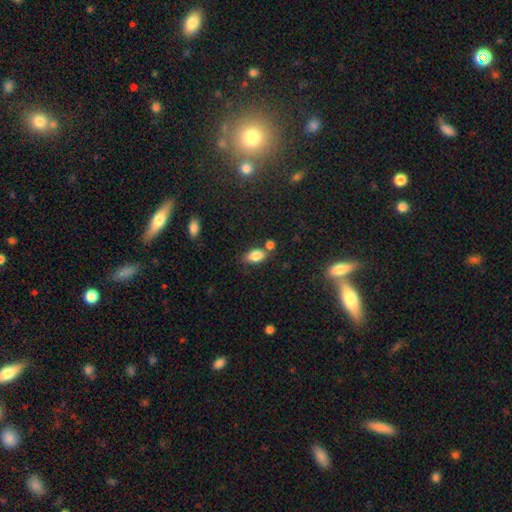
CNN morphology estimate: Q: Smooth or featured?
A: smooth (84%); runner-up: star or artifact (9%)
Q: How rounded?
A: in between (90%); runner-up: round (7%)
Q: Merging?
A: none (64%); runner-up: merger (17%)